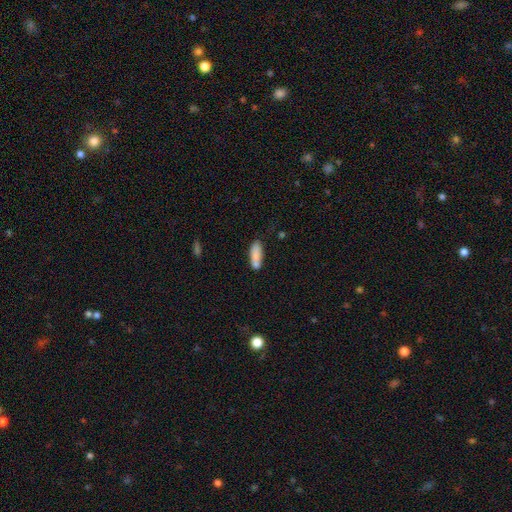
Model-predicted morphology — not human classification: Smooth or featured: smooth — 82% (featured or disk — 11%)
How rounded: in between — 62% (cigar-shaped — 36%)
Merging: none — 56% (merger — 21%)